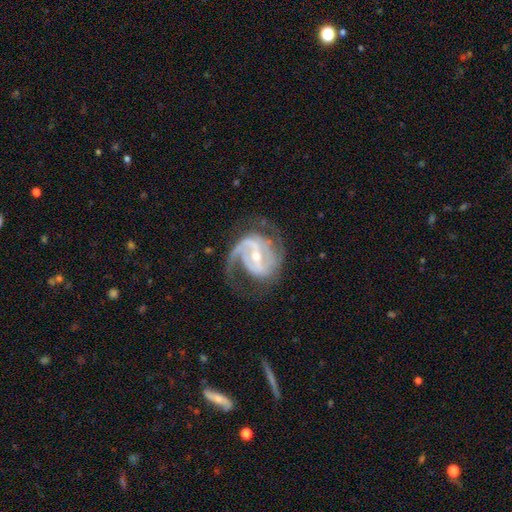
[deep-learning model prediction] Smooth or featured: featured or disk — 90% (star or artifact — 5%)
Edge-on disk: no — 97% (yes — 3%)
Bar: strong — 44% (weak — 42%)
Spiral arms: yes — 97% (no — 3%)
Spiral winding: medium — 50% (tight — 28%)
Spiral arm count: 2 — 60% (1 — 16%)
Bulge size: moderate — 49% (small — 47%)
Merging: none — 61% (major disturbance — 19%)